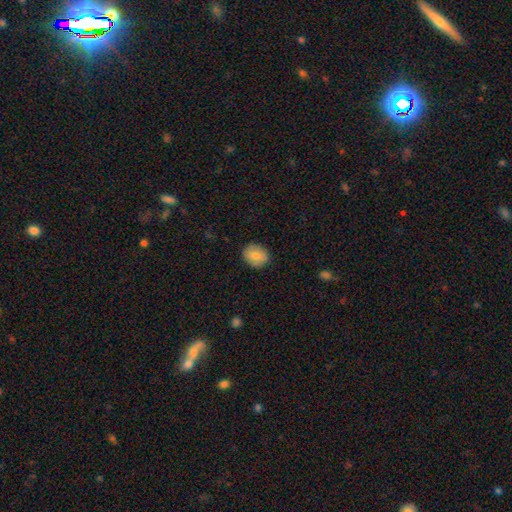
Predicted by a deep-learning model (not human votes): Q: Smooth or featured?
A: smooth (80%); runner-up: featured or disk (12%)
Q: How rounded?
A: round (60%); runner-up: in between (39%)
Q: Merging?
A: none (87%); runner-up: minor disturbance (10%)